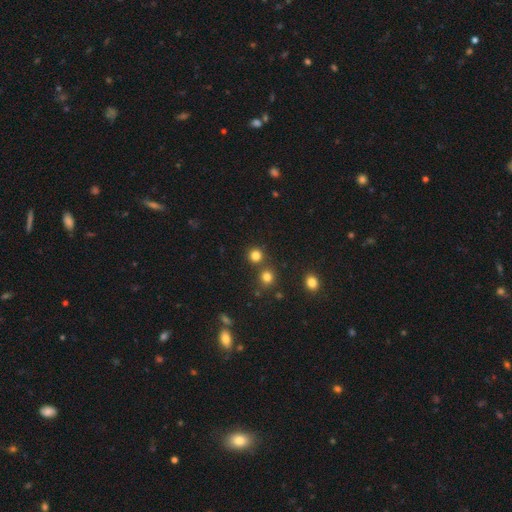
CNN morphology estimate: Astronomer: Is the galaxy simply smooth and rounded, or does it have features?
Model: smooth — 79%.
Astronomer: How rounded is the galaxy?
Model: round — 92%.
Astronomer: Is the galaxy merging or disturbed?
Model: none — 77%.